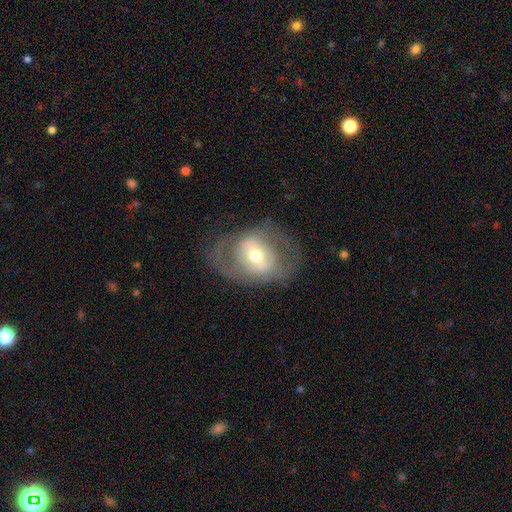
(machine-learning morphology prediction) smooth_or_featured: featured or disk (p=0.66) [alt: smooth p=0.27]
disk_edge_on: no (p=0.93) [alt: yes p=0.07]
bar: no (p=0.38) [alt: weak p=0.36]
has_spiral_arms: no (p=0.52) [alt: yes p=0.48]
bulge_size: moderate (p=0.65) [alt: small p=0.24]
merging: none (p=0.65) [alt: minor disturbance p=0.17]